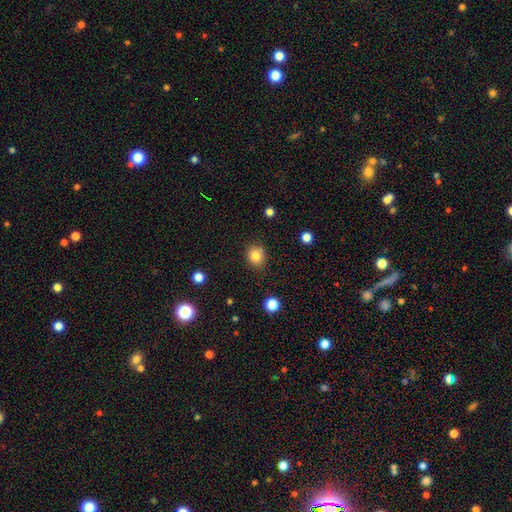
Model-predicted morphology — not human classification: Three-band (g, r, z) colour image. It shows a smooth galaxy with no disk features (82%) that is round (74%). Merging: none (83%).